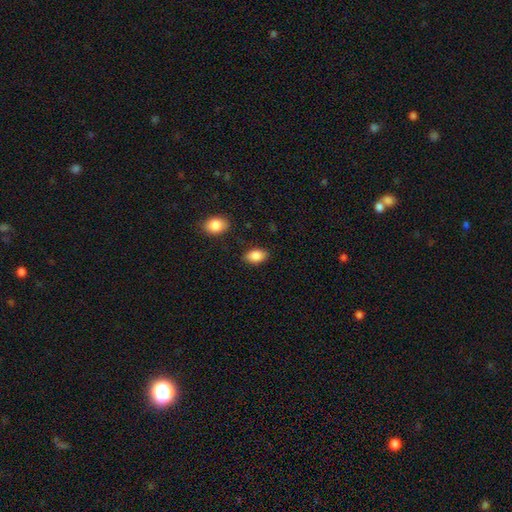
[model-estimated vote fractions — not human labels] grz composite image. It shows a smooth galaxy with no disk features (88%) that is in between round and cigar-shaped (90%). Merging: none (83%).